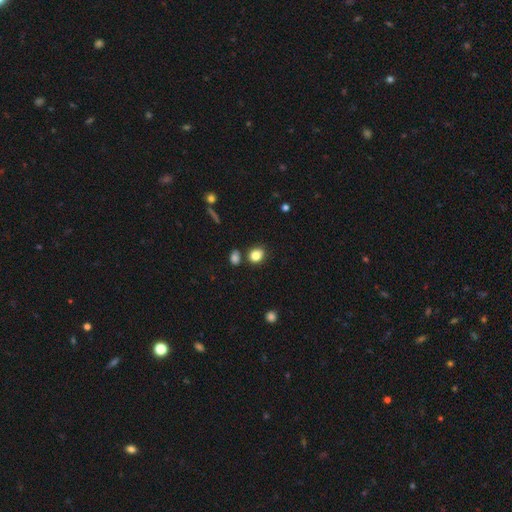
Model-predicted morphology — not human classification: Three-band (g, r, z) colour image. It shows a smooth galaxy with no disk features (82%) that is round (64%). Merging: none (73%).